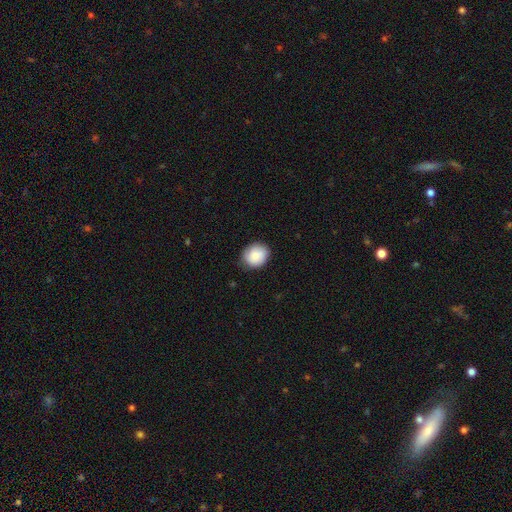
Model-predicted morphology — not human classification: Smooth or featured? Predicted: smooth (p=0.87). How rounded? Predicted: round (p=0.68). Merging? Predicted: none (p=0.80).